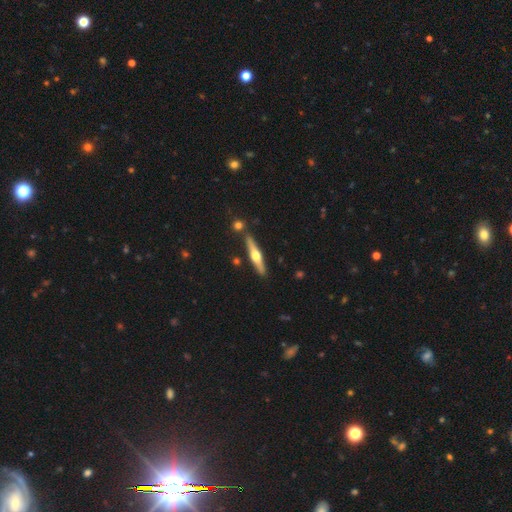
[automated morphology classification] A featured or disk galaxy (68%) viewed edge-on (97%) with a rounded central bulge (95%). Merging: none (86%).